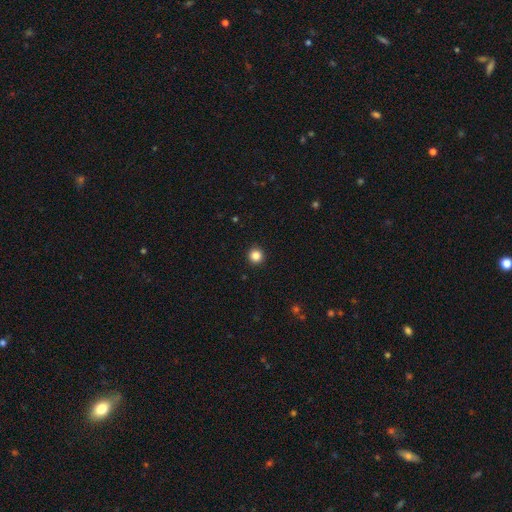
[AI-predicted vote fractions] This is clearly a smooth galaxy (85%). How rounded: clearly round (96%). Merging: clearly none (93%).